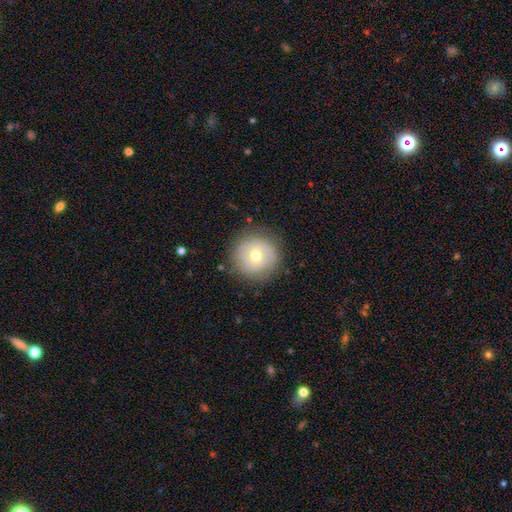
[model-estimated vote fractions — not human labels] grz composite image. It shows a smooth galaxy with no disk features (52%) that is round (95%). Merging: none (85%).